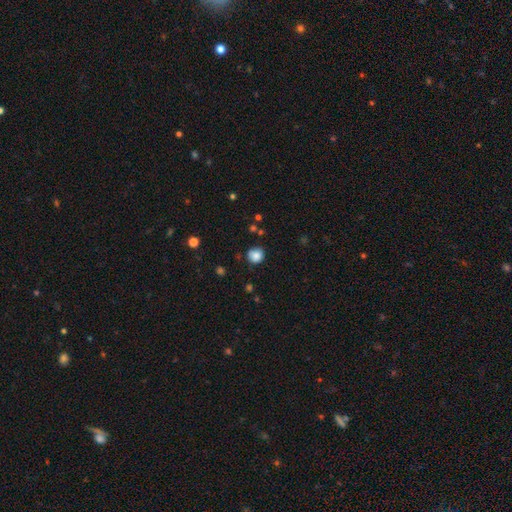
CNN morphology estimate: Q: Smooth or featured?
A: smooth (83%); runner-up: star or artifact (10%)
Q: How rounded?
A: round (89%); runner-up: in between (10%)
Q: Merging?
A: none (78%); runner-up: minor disturbance (16%)